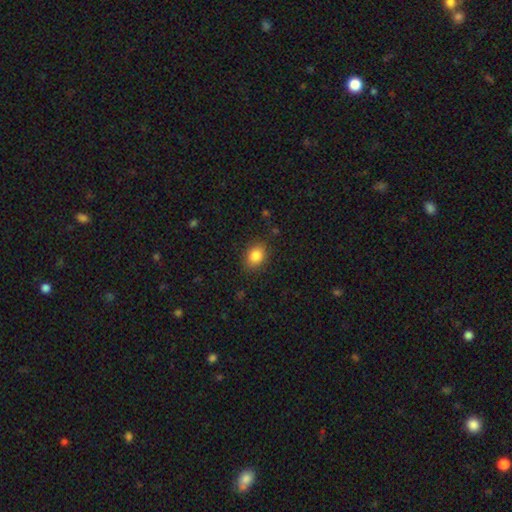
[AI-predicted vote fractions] The model was most divided on "how rounded": in between: 63%, round: 36%, cigar-shaped: 1%. More confident: smooth or featured — smooth (85%); merging — none (84%).